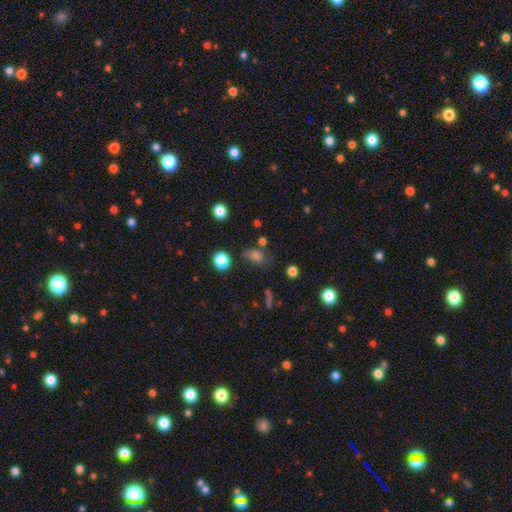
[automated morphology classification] Smooth or featured? smooth (75%)
How rounded? in between (63%)
Merging? none (60%)